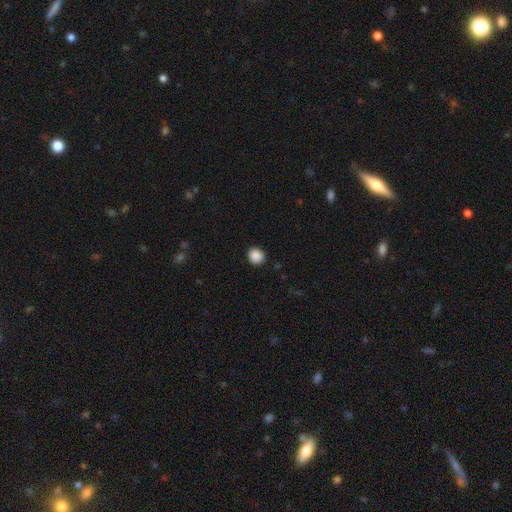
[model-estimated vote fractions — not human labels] The model was most divided on "how rounded": round: 86%, in between: 13%, cigar-shaped: 1%. More confident: merging — none (90%); smooth or featured — smooth (89%).